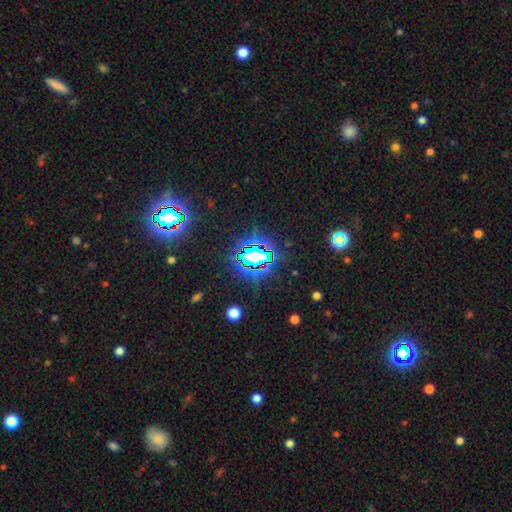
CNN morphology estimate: star or artifact 75%, smooth 14%, featured or disk 11%.